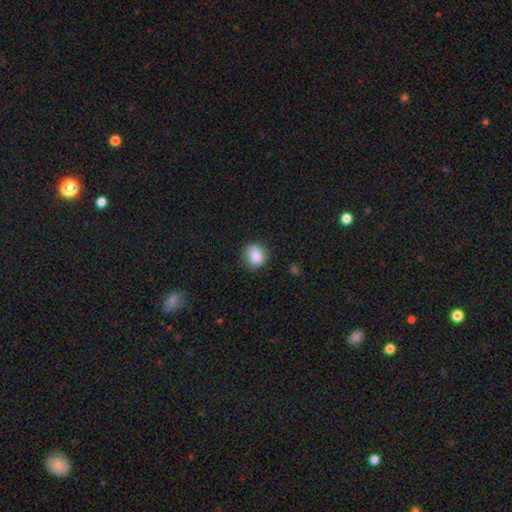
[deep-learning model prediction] smooth 82%, featured or disk 9%, star or artifact 8%. Down the decision tree: how rounded — round (70%); merging — none (78%).